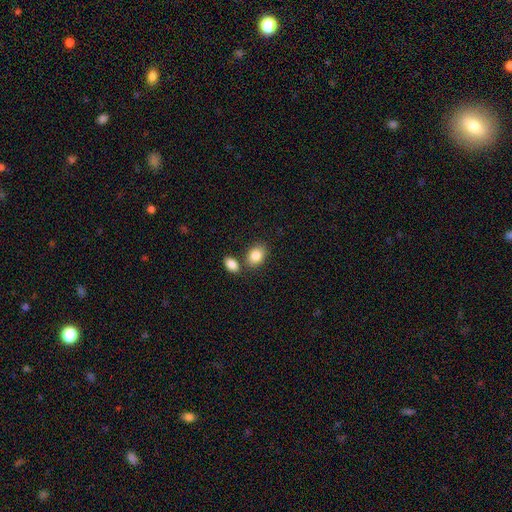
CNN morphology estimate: Overall: smooth (86%). How rounded: in between (72%). Merging: none (65%).